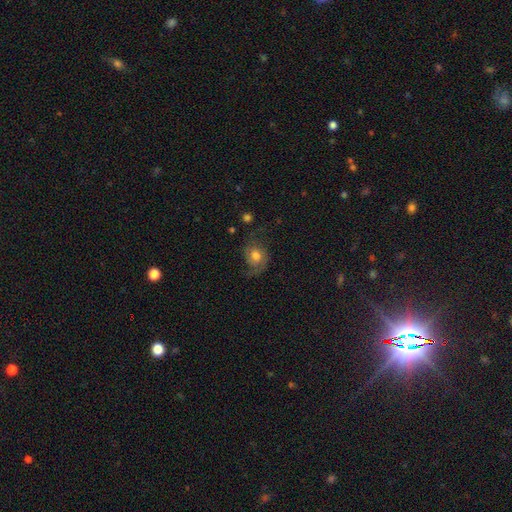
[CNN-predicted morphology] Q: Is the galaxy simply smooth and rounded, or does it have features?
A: featured or disk — 64%.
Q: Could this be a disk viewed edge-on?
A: no — 97%.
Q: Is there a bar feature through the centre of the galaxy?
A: no — 73%.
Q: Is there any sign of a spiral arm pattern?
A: yes — 92%.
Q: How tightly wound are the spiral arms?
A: loose — 42%.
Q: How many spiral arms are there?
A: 2 — 80%.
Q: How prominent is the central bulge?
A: moderate — 63%.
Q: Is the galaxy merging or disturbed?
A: none — 60%.